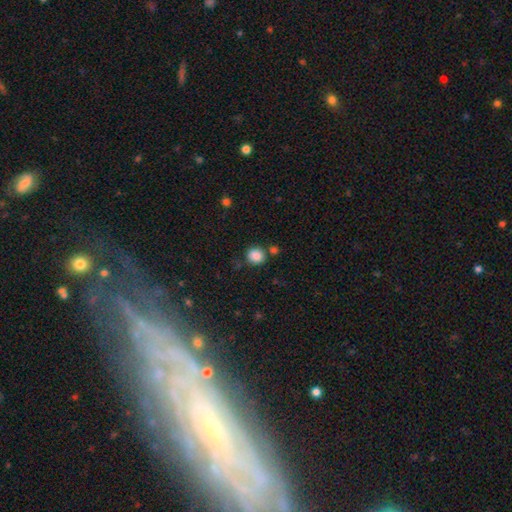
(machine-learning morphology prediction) Smooth or featured? Predicted: smooth (p=0.87). How rounded? Predicted: round (p=0.82). Merging? Predicted: none (p=0.74).